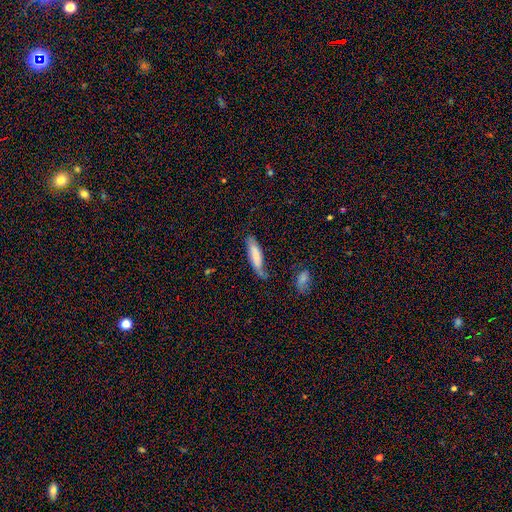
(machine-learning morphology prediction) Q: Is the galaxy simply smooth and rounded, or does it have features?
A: smooth — 74%.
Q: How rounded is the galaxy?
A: cigar-shaped — 66%.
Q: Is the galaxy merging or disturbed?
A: none — 53%.